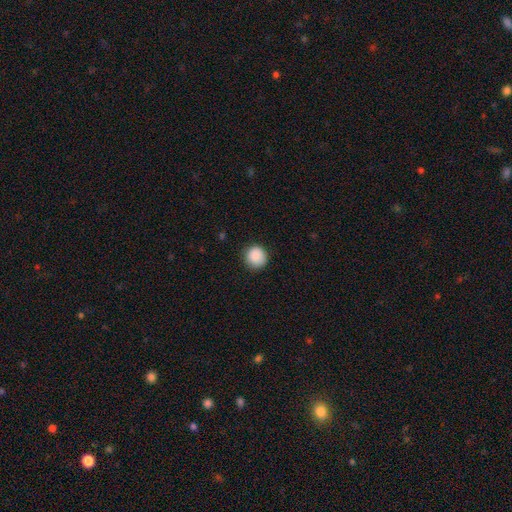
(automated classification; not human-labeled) smooth 88%, star or artifact 8%, featured or disk 4%. Down the decision tree: how rounded — round (92%); merging — none (88%).